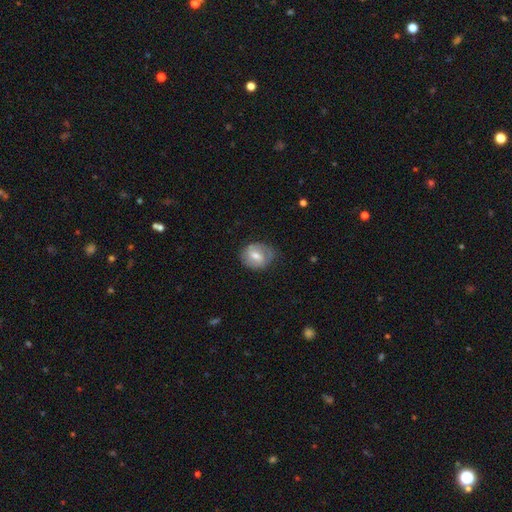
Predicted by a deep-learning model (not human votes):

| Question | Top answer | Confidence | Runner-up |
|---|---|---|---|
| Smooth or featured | featured or disk | 55% | smooth (39%) |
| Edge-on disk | no | 96% | yes (4%) |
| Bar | weak | 52% | strong (27%) |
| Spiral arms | yes | 75% | no (25%) |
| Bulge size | moderate | 63% | small (28%) |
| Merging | none | 66% | minor disturbance (24%) |